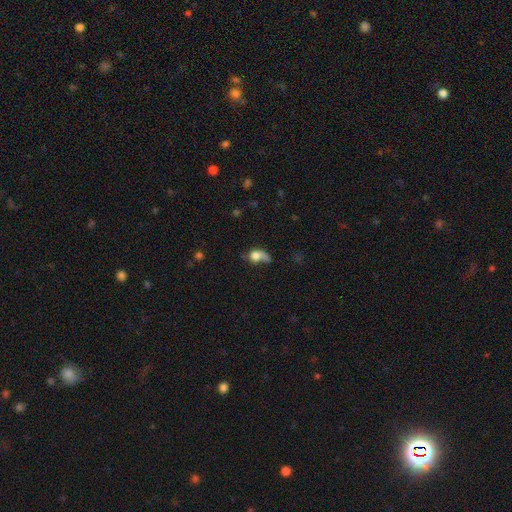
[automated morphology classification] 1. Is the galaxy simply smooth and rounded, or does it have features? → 65% smooth, 23% featured or disk, 12% star or artifact.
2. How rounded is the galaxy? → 52% in between, 45% round, 3% cigar-shaped.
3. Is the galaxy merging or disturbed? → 37% major disturbance, 28% none, 21% minor disturbance, 14% merger.